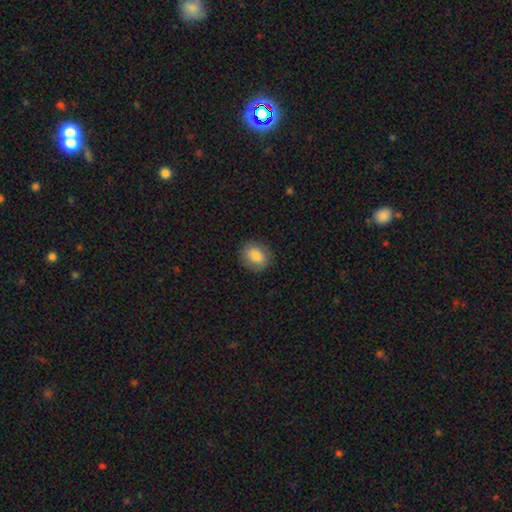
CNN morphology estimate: type=smooth (84%); roundness=round (56%); merging=none (85%).